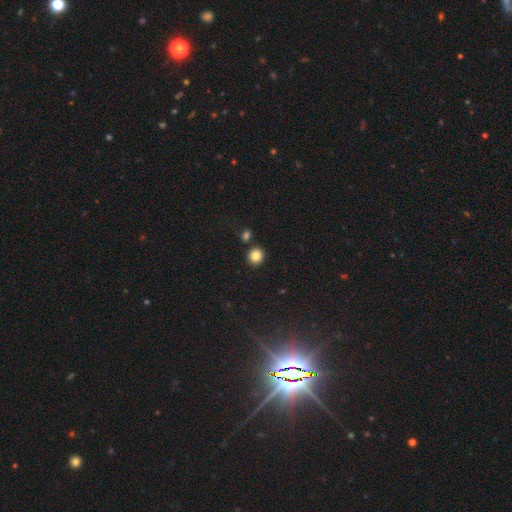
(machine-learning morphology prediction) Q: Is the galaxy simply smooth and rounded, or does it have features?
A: smooth — 84%.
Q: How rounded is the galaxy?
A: round — 88%.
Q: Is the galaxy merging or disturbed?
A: none — 84%.